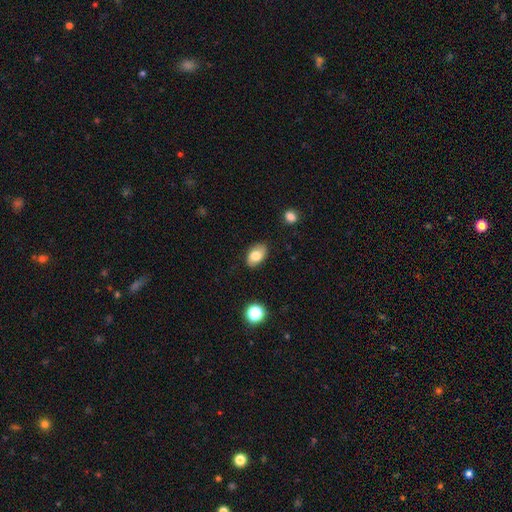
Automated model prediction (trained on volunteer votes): smooth_or_featured: smooth (p=0.75) [alt: featured or disk p=0.17]
how_rounded: in between (p=0.89) [alt: round p=0.10]
merging: none (p=0.82) [alt: minor disturbance p=0.14]